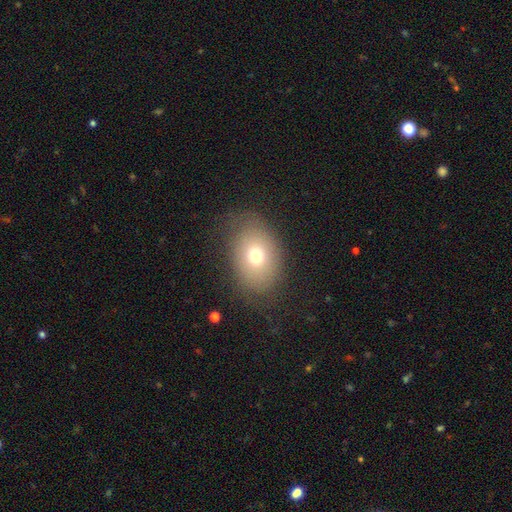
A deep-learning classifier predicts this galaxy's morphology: Smooth or featured: smooth — 68% (featured or disk — 19%)
How rounded: in between — 71% (round — 28%)
Merging: none — 76% (minor disturbance — 17%)